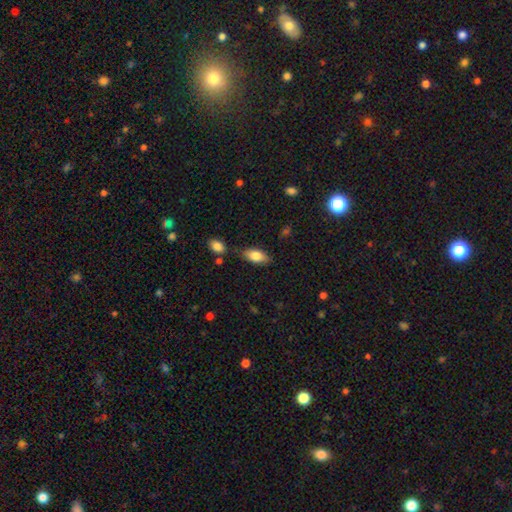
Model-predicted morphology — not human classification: A smooth galaxy with no disk features (81%) that is in between round and cigar-shaped (90%). Merging: none (78%).